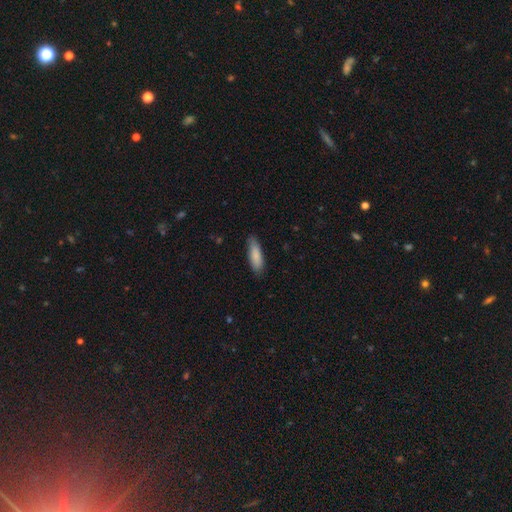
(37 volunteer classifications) A smooth galaxy with no disk features (84%) that is cigar-shaped (52%). Merging: none (79%).